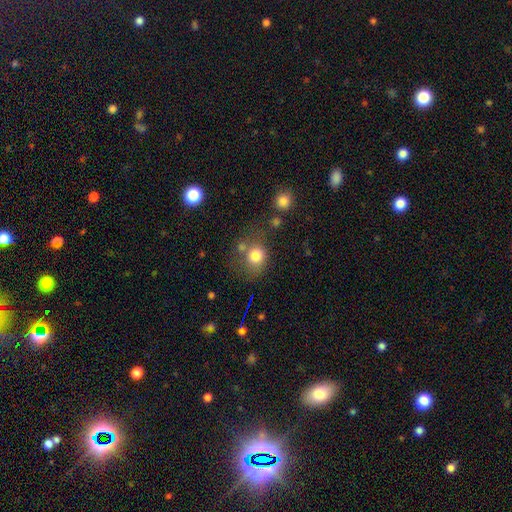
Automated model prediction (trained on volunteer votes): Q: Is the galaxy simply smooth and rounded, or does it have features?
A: smooth — 80%.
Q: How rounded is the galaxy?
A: round — 74%.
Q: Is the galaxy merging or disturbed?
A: none — 56%.